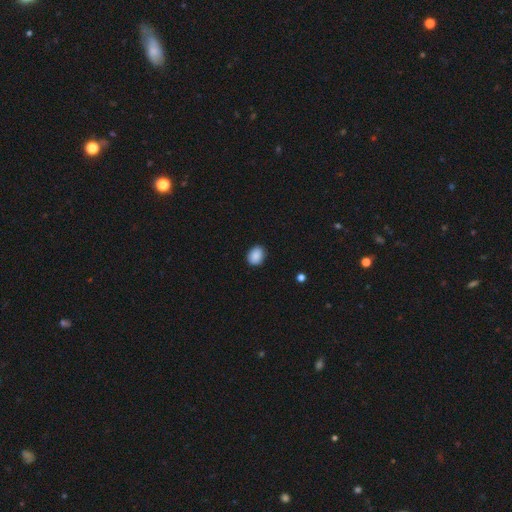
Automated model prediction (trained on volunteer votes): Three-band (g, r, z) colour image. It shows a smooth galaxy with no disk features (89%) that is in between round and cigar-shaped (57%). Merging: none (86%).